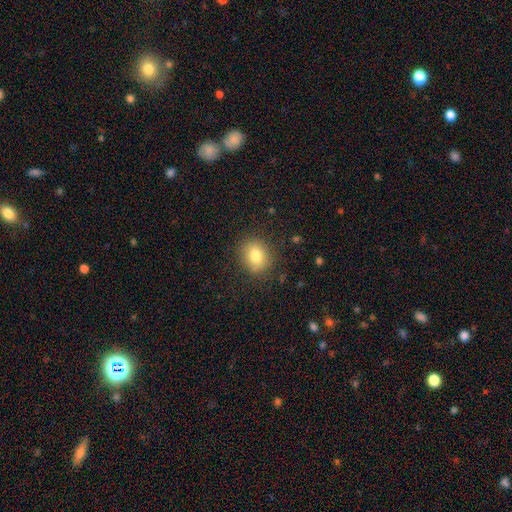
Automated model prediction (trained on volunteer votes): Q: Smooth or featured?
A: smooth (80%); runner-up: star or artifact (10%)
Q: How rounded?
A: round (57%); runner-up: in between (42%)
Q: Merging?
A: none (84%); runner-up: minor disturbance (11%)